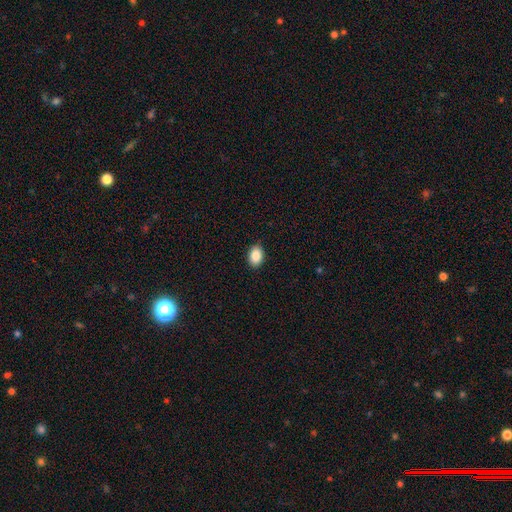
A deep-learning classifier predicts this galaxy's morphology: smooth 88%, star or artifact 8%, featured or disk 5%. Down the decision tree: how rounded — in between (83%); merging — none (89%).